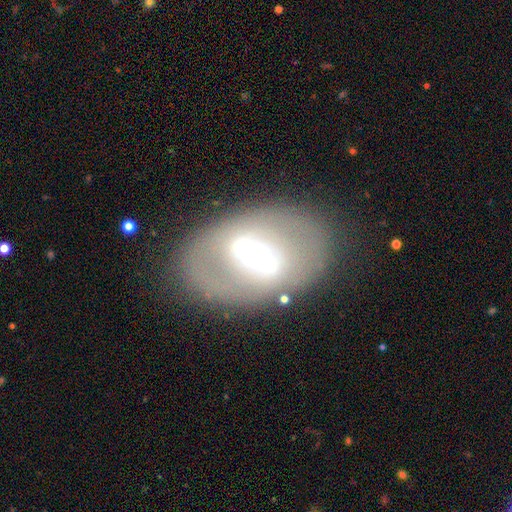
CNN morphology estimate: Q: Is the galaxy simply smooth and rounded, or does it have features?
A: featured or disk — 66%.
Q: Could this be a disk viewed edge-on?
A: no — 90%.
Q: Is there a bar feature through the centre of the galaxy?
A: strong — 47%.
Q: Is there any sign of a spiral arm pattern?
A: no — 71%.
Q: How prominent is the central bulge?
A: moderate — 57%.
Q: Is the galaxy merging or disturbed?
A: none — 79%.